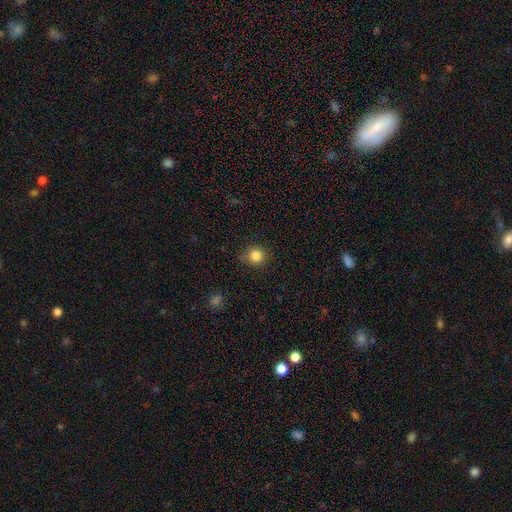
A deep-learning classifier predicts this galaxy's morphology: Smooth or featured: smooth — 83% (star or artifact — 11%)
How rounded: round — 89% (in between — 10%)
Merging: none — 81% (minor disturbance — 14%)